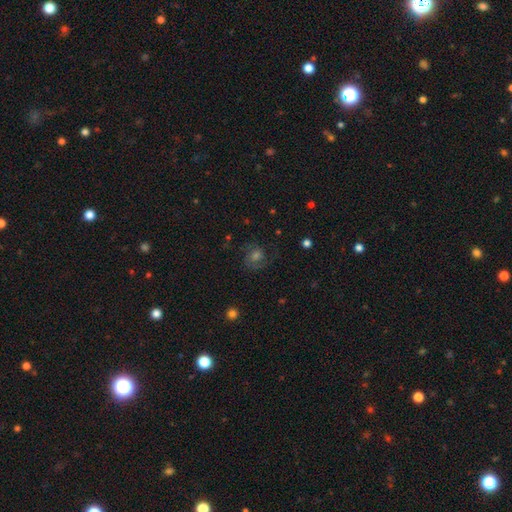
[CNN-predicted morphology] type=featured or disk (62%); edge-on=no (98%); bar=no (63%); spiral arms=yes (93%); winding=medium (50%); arm count=2 (73%); bulge=moderate (49%); merging=none (75%).